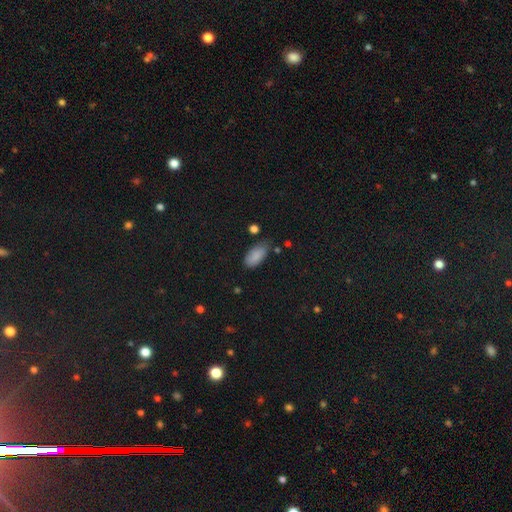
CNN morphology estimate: This is clearly a smooth galaxy (87%). How rounded: clearly in between (92%). Merging: possibly none (59%).